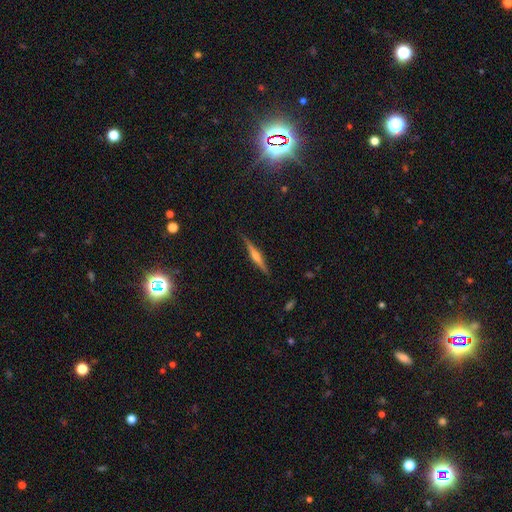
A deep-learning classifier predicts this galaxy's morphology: A featured or disk galaxy (76%) viewed edge-on (98%) with a rounded central bulge (85%).

Vote fractions:
- Smooth or featured? featured or disk: 76% / smooth: 16% / star or artifact: 8%
- Edge-on disk? yes: 98% / no: 2%
- Edge-on bulge? rounded: 85% / boxy: 8% / none: 7%
- Merging? none: 89% / minor disturbance: 8% / major disturbance: 2% / merger: 1%